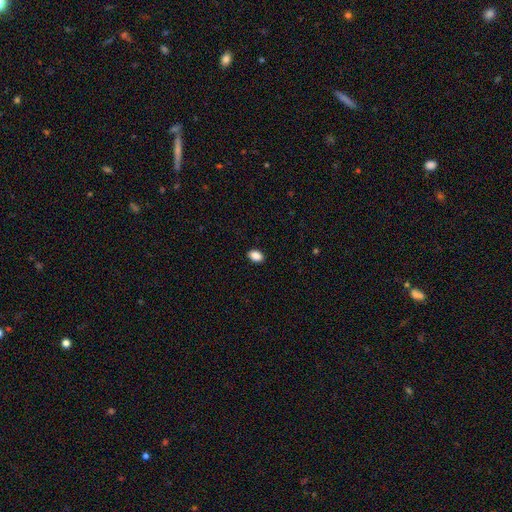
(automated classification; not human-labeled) The model was most divided on "how rounded": in between: 84%, round: 14%, cigar-shaped: 1%. More confident: merging — none (90%); smooth or featured — smooth (89%).